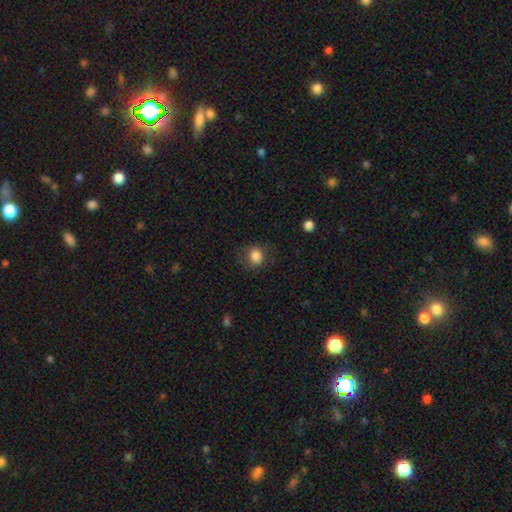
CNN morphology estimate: Smooth or featured? smooth (85%)
How rounded? round (74%)
Merging? none (78%)